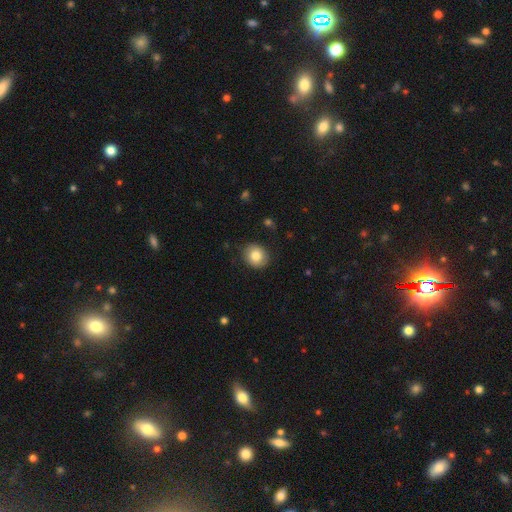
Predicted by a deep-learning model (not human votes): A smooth galaxy with no disk features (83%) that is round (76%).

Vote fractions:
- Smooth or featured? smooth: 83% / featured or disk: 9% / star or artifact: 8%
- How rounded? round: 76% / in between: 23% / cigar-shaped: 1%
- Merging? none: 86% / minor disturbance: 11% / major disturbance: 3% / merger: 1%